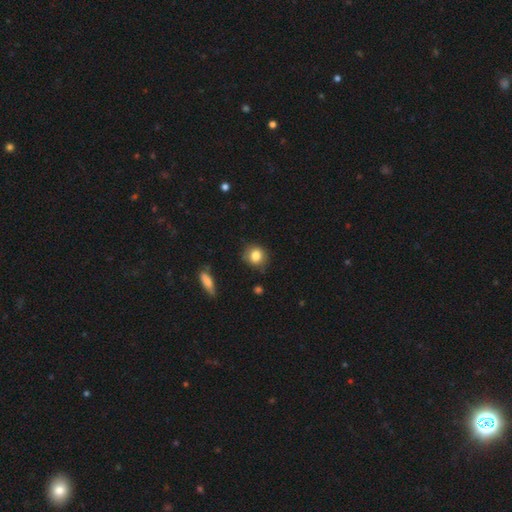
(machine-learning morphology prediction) type=smooth (82%); roundness=round (79%); merging=none (77%).